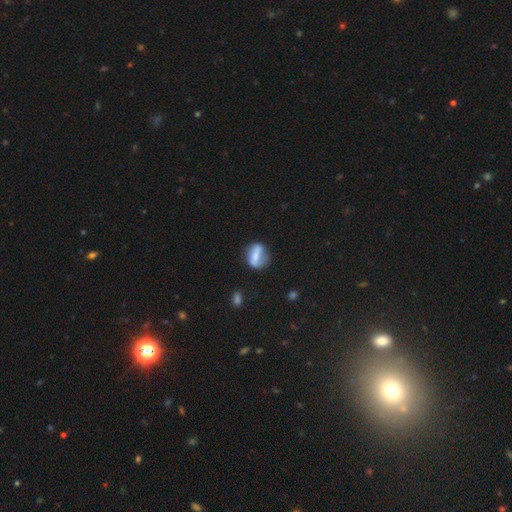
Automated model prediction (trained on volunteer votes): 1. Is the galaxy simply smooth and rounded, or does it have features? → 49% smooth, 42% featured or disk, 8% star or artifact.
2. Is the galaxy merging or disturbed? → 61% none, 22% minor disturbance, 11% major disturbance, 6% merger.